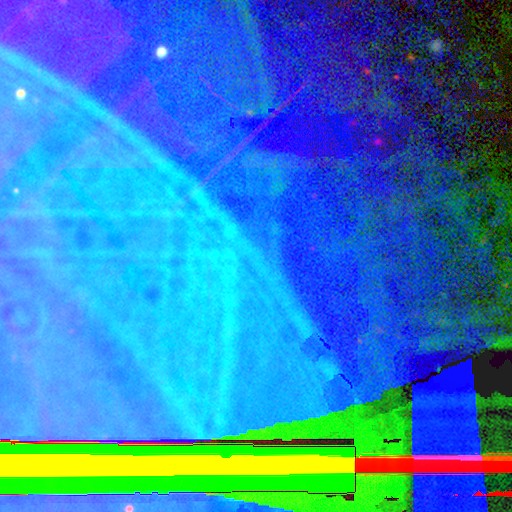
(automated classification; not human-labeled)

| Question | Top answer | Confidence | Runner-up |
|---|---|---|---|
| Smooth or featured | star or artifact | 87% | smooth (7%) |